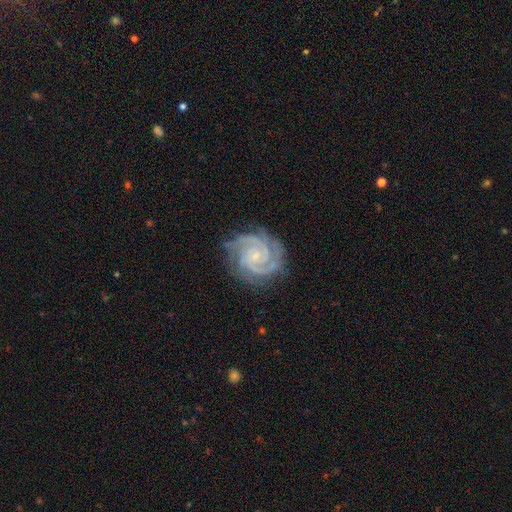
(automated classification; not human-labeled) Smooth or featured: featured or disk — 93% (star or artifact — 4%)
Edge-on disk: no — 98% (yes — 2%)
Bar: no — 67% (weak — 25%)
Spiral arms: yes — 99% (no — 1%)
Spiral winding: tight — 74% (medium — 24%)
Spiral arm count: 2 — 45% (3 — 35%)
Bulge size: small — 79% (moderate — 13%)
Merging: none — 80% (minor disturbance — 15%)